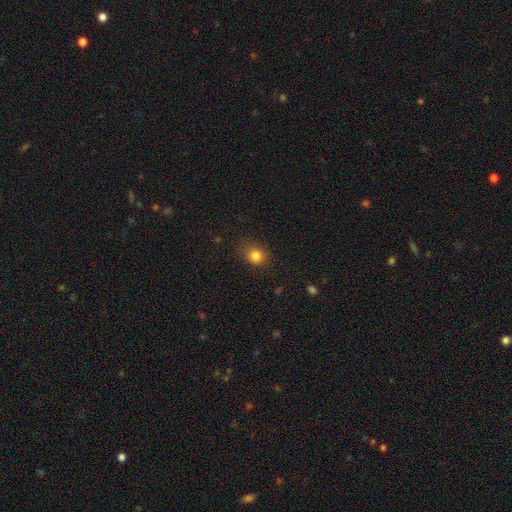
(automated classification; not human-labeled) Smooth or featured? smooth (82%)
How rounded? round (70%)
Merging? none (77%)